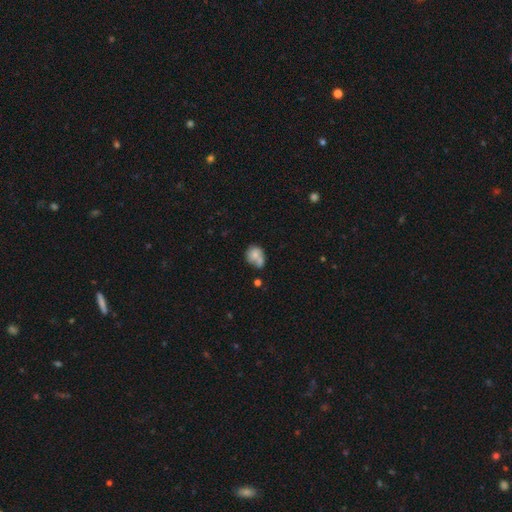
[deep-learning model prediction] Smooth or featured: smooth — 67% (featured or disk — 24%)
How rounded: round — 62% (in between — 37%)
Merging: merger — 39% (none — 33%)